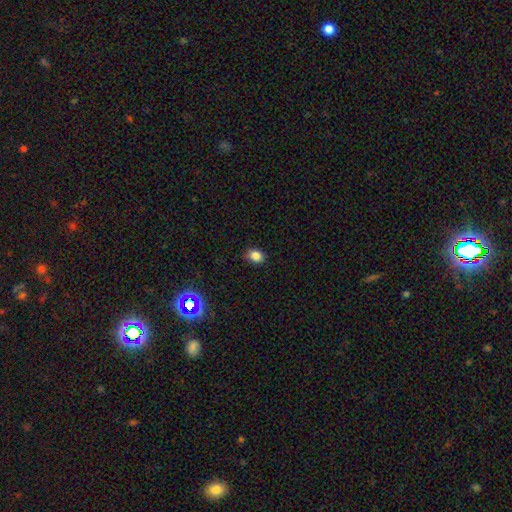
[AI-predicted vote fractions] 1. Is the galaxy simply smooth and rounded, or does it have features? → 84% smooth, 12% star or artifact, 5% featured or disk.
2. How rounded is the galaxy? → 67% in between, 32% round, 1% cigar-shaped.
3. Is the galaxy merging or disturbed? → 84% none, 12% minor disturbance, 2% major disturbance, 1% merger.